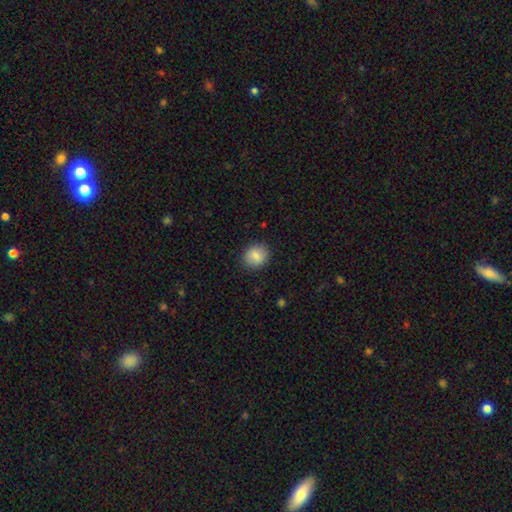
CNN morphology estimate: Smooth or featured?
  - smooth: 86% *
  - star or artifact: 8%
  - featured or disk: 6%
How rounded?
  - round: 71% *
  - in between: 28%
  - cigar-shaped: 1%
Merging?
  - none: 88% *
  - minor disturbance: 9%
  - major disturbance: 3%
  - merger: 1%